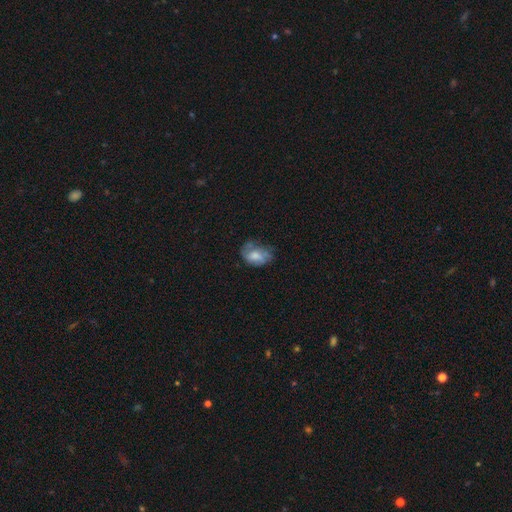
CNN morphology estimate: This appears to be a smooth galaxy with no disk features (59%) that is in between round and cigar-shaped (81%). Merging: none (39%).